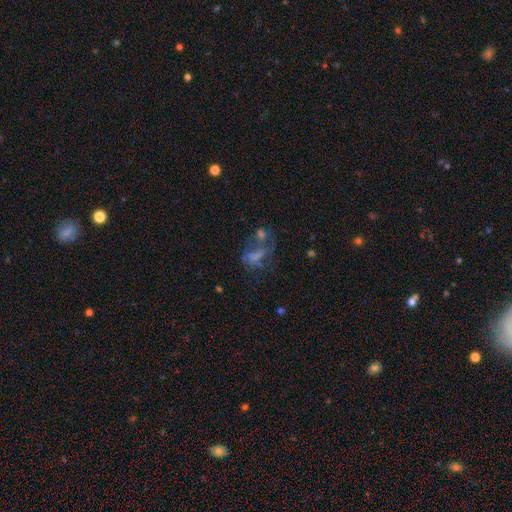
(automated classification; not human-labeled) This appears to be a featured or disk galaxy (45%). Merging: major disturbance (32%).